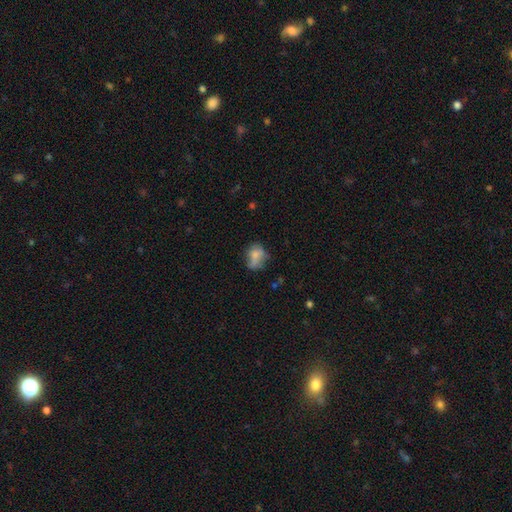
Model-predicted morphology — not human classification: This appears to be a smooth galaxy with no disk features (65%) that is in between round and cigar-shaped (58%). Merging: none (41%).